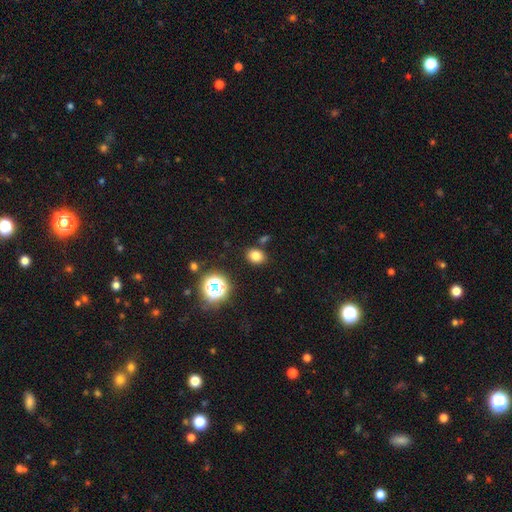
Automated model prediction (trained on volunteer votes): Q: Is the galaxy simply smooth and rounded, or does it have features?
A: smooth — 78%.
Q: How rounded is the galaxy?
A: round — 52%.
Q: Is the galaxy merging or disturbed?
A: none — 83%.